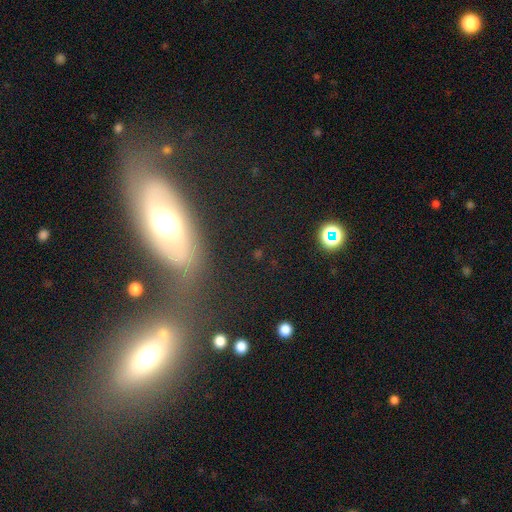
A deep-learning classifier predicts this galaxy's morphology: Overall: featured or disk (60%; smooth 30%). Edge-on disk: no (80%). Merging: none (46%; merger 27%).